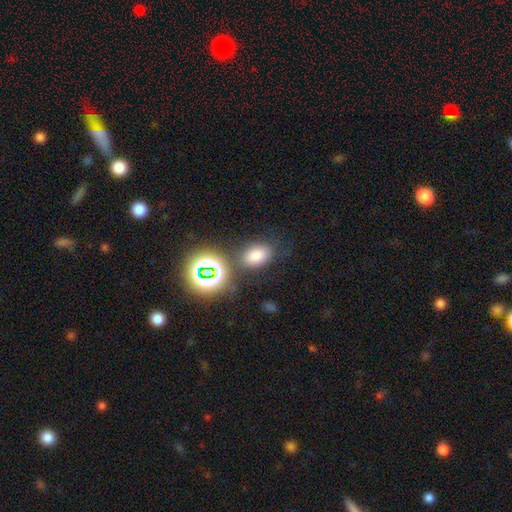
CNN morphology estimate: A smooth galaxy with no disk features (74%) that is in between round and cigar-shaped (79%).

Vote fractions:
- Smooth or featured? smooth: 74% / star or artifact: 18% / featured or disk: 8%
- How rounded? in between: 79% / round: 20% / cigar-shaped: 1%
- Merging? none: 72% / minor disturbance: 14% / merger: 9% / major disturbance: 6%